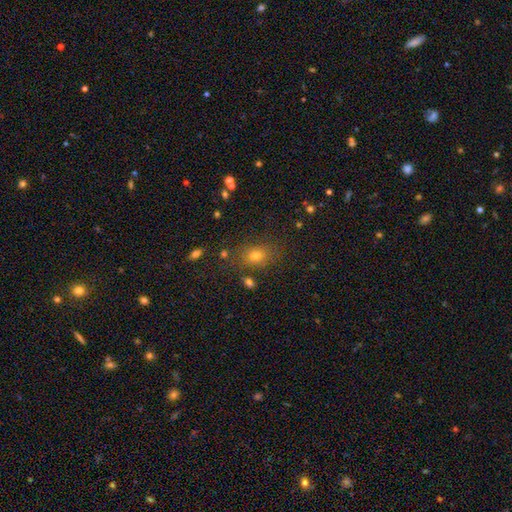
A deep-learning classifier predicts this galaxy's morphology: Smooth or featured? smooth (69%)
How rounded? in between (58%)
Merging? none (78%)